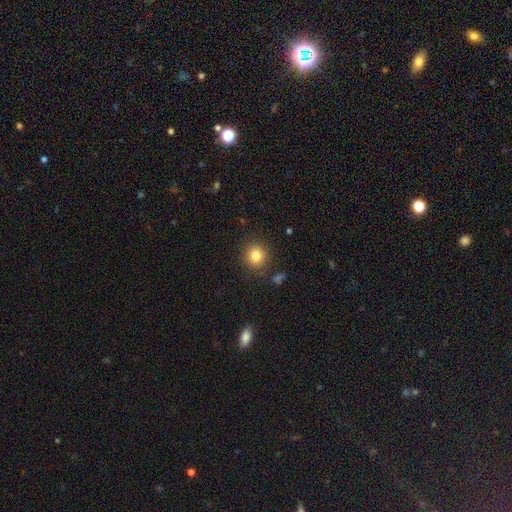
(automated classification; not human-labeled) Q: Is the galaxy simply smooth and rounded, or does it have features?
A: smooth — 83%.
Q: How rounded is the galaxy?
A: round — 88%.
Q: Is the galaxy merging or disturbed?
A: none — 87%.